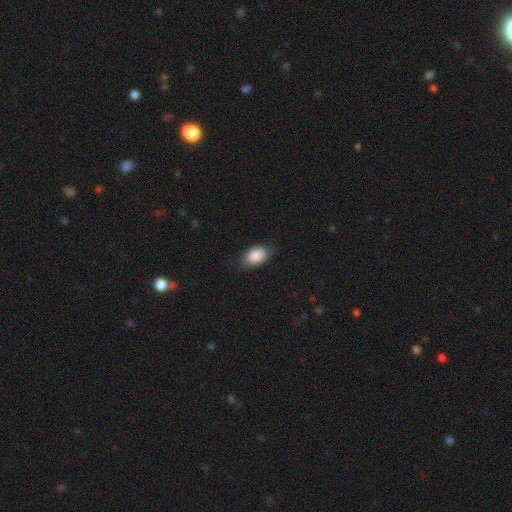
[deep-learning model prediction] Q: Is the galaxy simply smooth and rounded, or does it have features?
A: smooth — 87%.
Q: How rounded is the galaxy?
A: in between — 88%.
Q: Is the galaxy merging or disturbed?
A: none — 75%.